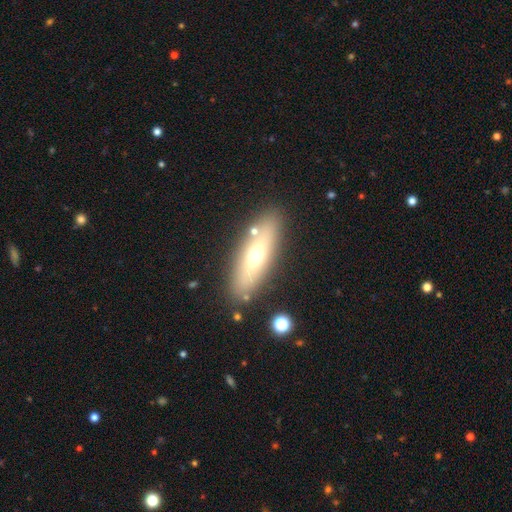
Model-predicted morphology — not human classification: Q: Smooth or featured?
A: smooth (53%); runner-up: featured or disk (39%)
Q: How rounded?
A: cigar-shaped (52%); runner-up: in between (46%)
Q: Merging?
A: none (83%); runner-up: minor disturbance (10%)